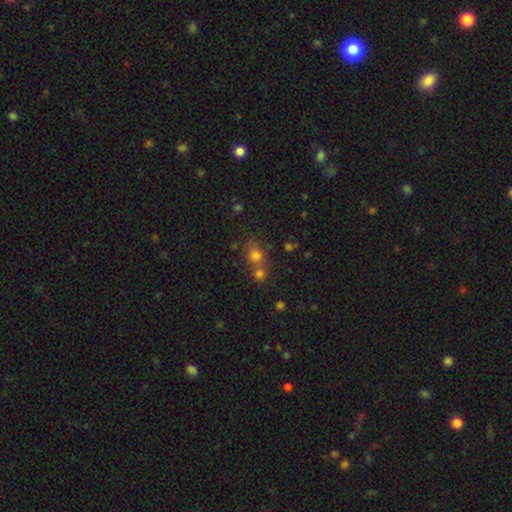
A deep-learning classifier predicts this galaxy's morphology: This is likely a smooth galaxy (72%). How rounded: likely round (73%). Merging: possibly none (48%).